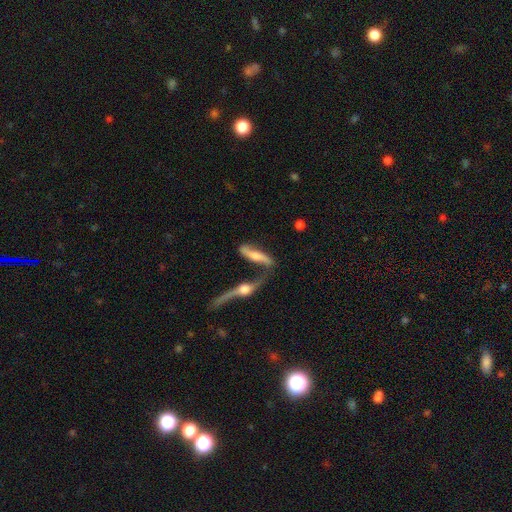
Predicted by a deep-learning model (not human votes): smooth_or_featured: featured or disk (p=0.69) [alt: smooth p=0.24]
disk_edge_on: no (p=0.52) [alt: yes p=0.48]
merging: merger (p=0.38) [alt: none p=0.37]